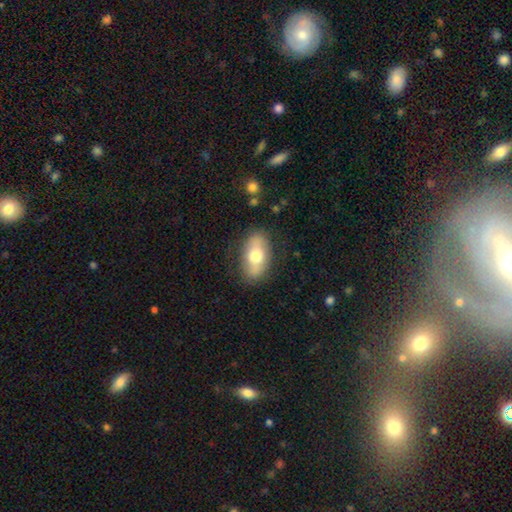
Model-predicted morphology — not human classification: smooth 62%, featured or disk 32%, star or artifact 6%. Down the decision tree: how rounded — in between (90%); merging — none (81%).